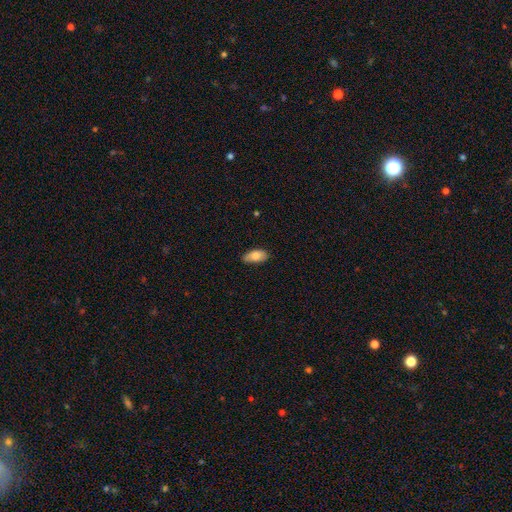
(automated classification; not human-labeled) smooth_or_featured: smooth (p=0.84) [alt: featured or disk p=0.09]
how_rounded: in between (p=0.91) [alt: cigar-shaped p=0.06]
merging: none (p=0.74) [alt: minor disturbance p=0.22]